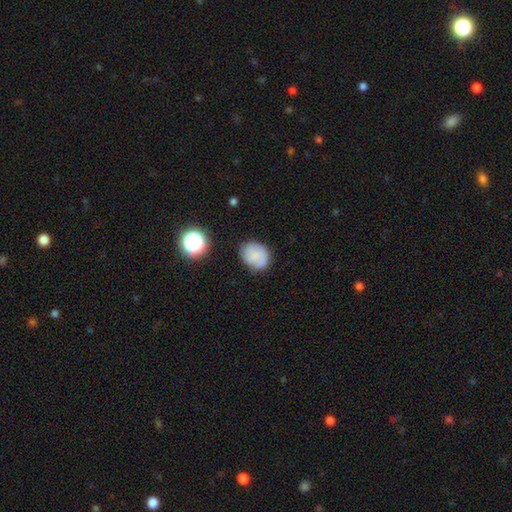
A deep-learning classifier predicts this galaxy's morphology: smooth-or-featured: smooth: 61% | featured or disk: 28% | star or artifact: 11%
  how-rounded: round: 58% | in between: 41% | cigar-shaped: 1%
  merging: none: 70% | minor disturbance: 21% | major disturbance: 6% | merger: 3%